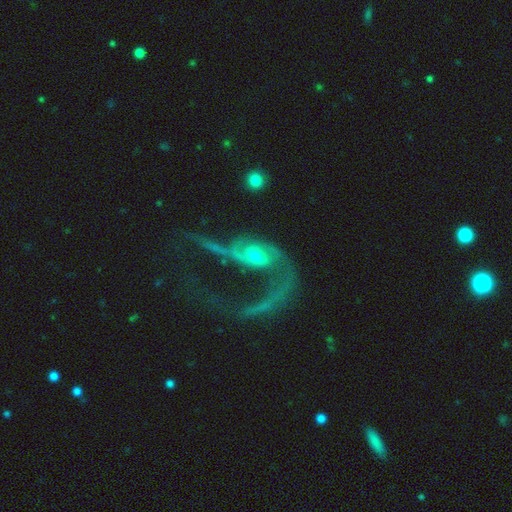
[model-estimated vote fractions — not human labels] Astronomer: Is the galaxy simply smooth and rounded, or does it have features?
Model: featured or disk — 81%.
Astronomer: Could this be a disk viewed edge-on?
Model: no — 94%.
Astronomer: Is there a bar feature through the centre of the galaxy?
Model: no — 53% (runner-up: weak, 35%).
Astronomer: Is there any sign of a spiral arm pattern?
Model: yes — 85%.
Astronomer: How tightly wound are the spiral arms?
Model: loose — 71%.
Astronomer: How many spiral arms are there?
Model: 2 — 67%.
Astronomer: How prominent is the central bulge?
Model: moderate — 61%.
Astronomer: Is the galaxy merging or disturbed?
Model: major disturbance — 51%.